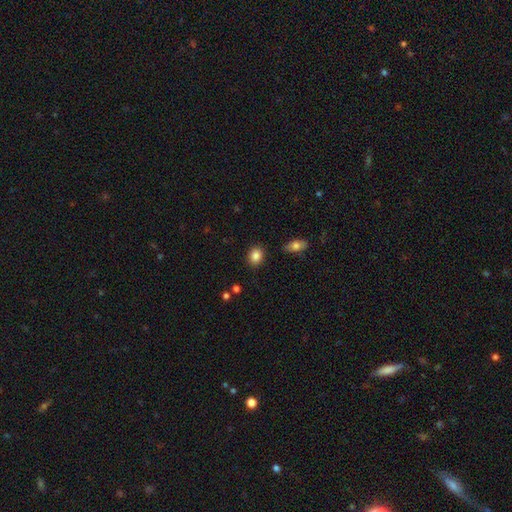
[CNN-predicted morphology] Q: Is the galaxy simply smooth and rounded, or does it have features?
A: smooth — 85%.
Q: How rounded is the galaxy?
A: round — 54%.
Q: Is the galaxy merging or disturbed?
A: none — 87%.